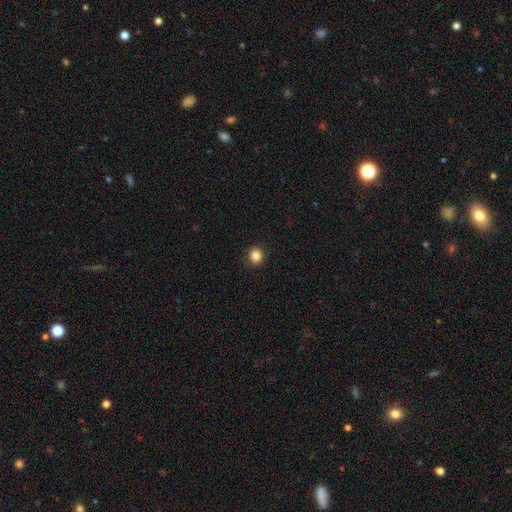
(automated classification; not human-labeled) smooth_or_featured: smooth (p=0.86) [alt: star or artifact p=0.11]
how_rounded: round (p=0.86) [alt: in between p=0.13]
merging: none (p=0.91) [alt: minor disturbance p=0.06]